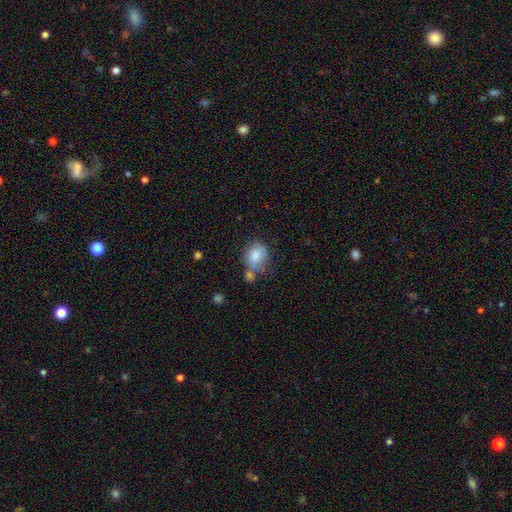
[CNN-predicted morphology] smooth 82%, featured or disk 10%, star or artifact 8%. Down the decision tree: how rounded — round (54%); merging — none (50%).